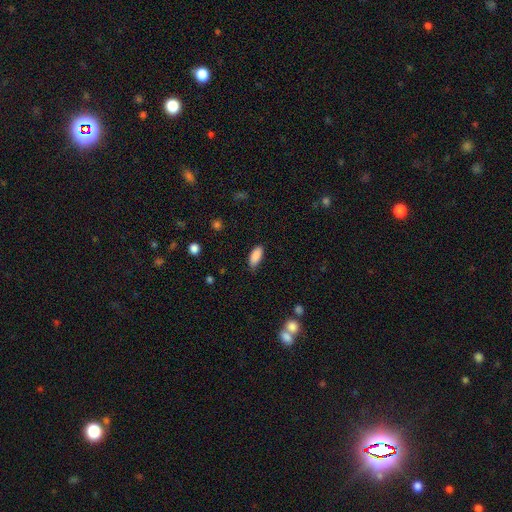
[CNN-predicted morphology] smooth 88%, star or artifact 7%, featured or disk 4%. Down the decision tree: how rounded — in between (86%); merging — none (78%).